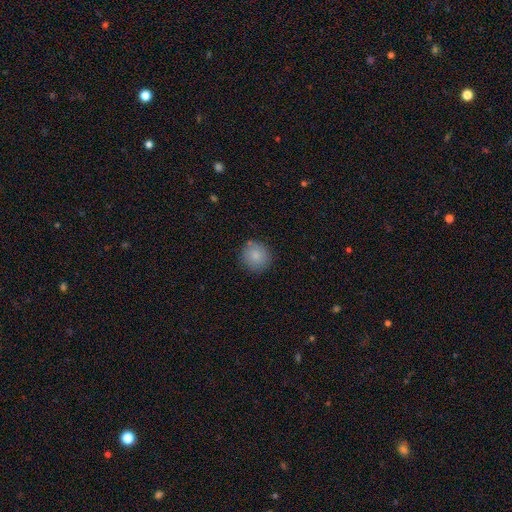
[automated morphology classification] Overall: smooth (84%). How rounded: round (90%). Merging: none (84%).